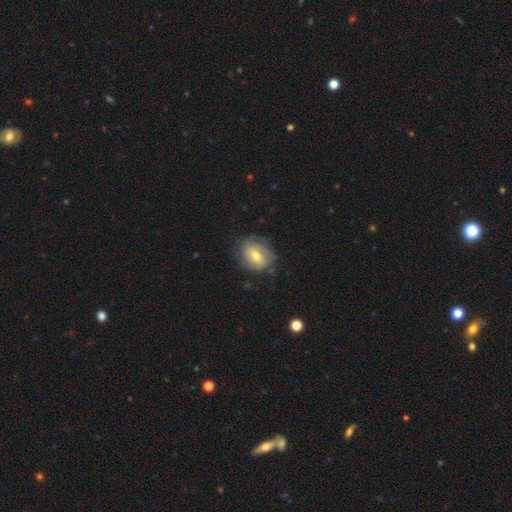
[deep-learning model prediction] Q: Smooth or featured?
A: smooth (47%); runner-up: featured or disk (45%)
Q: Merging?
A: none (63%); runner-up: minor disturbance (25%)